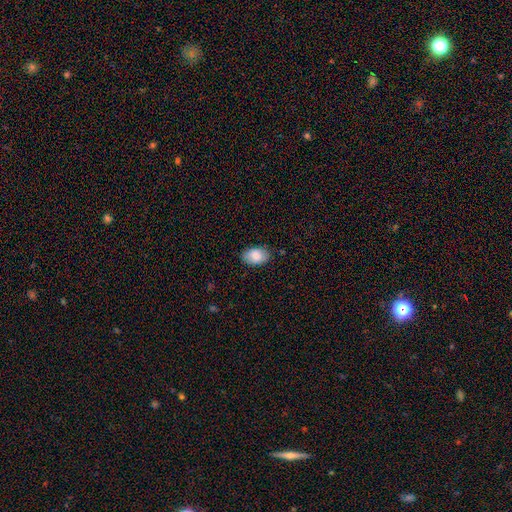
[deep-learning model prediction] Smooth or featured? Predicted: smooth (p=0.86). How rounded? Predicted: in between (p=0.90). Merging? Predicted: none (p=0.84).